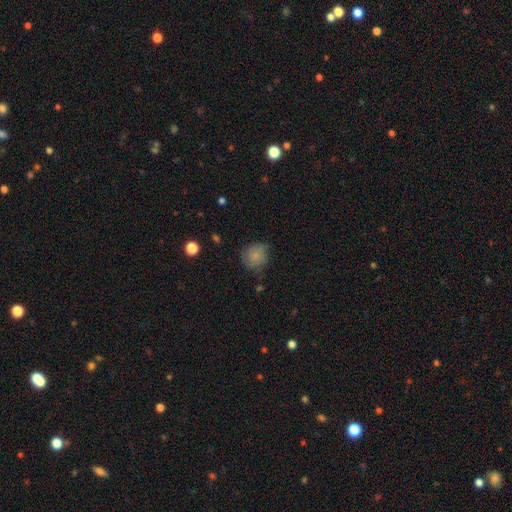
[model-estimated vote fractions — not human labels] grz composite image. It shows a smooth galaxy with no disk features (69%) that is round (80%). Merging: none (60%).